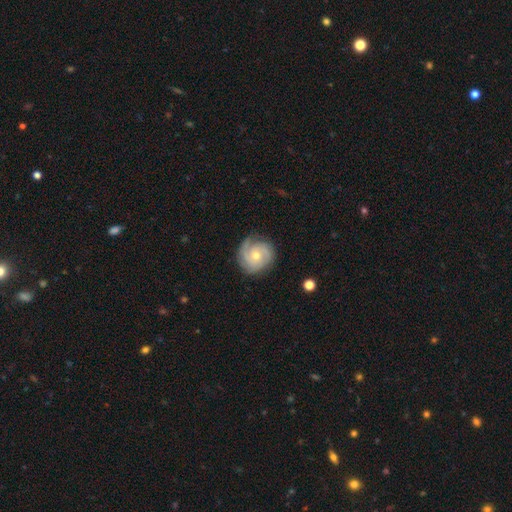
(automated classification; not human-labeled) Smooth or featured? featured or disk (82%)
Edge-on disk? no (98%)
Bar? no (74%)
Spiral arms? yes (96%)
Spiral winding? tight (61%)
Spiral arm count? 3 (42%)
Bulge size? moderate (49%)
Merging? none (78%)